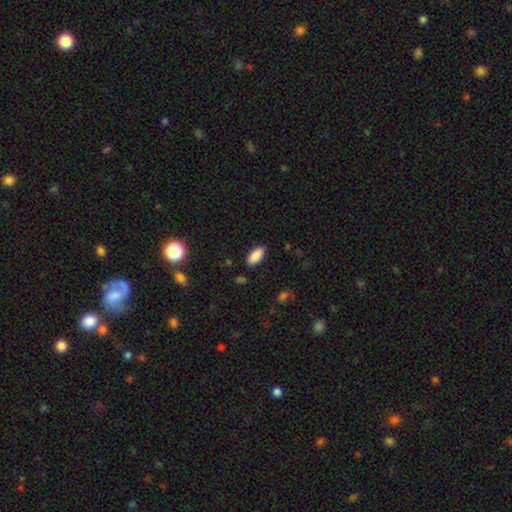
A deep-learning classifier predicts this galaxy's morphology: smooth_or_featured: smooth (p=0.88) [alt: star or artifact p=0.07]
how_rounded: in between (p=0.92) [alt: cigar-shaped p=0.06]
merging: none (p=0.86) [alt: minor disturbance p=0.11]